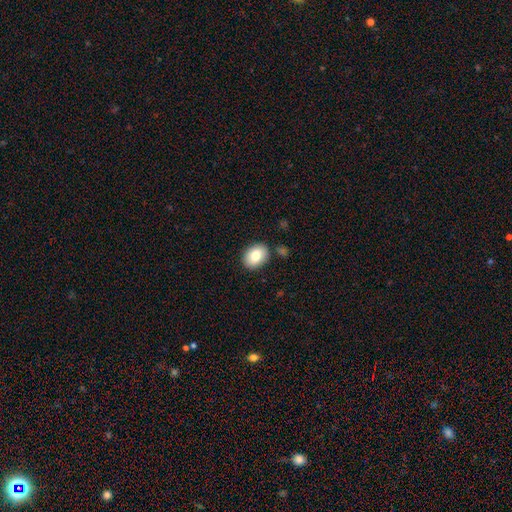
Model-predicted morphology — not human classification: smooth-or-featured: smooth: 81% | featured or disk: 11% | star or artifact: 7%
  how-rounded: in between: 70% | round: 29% | cigar-shaped: 1%
  merging: none: 84% | minor disturbance: 10% | merger: 3% | major disturbance: 2%